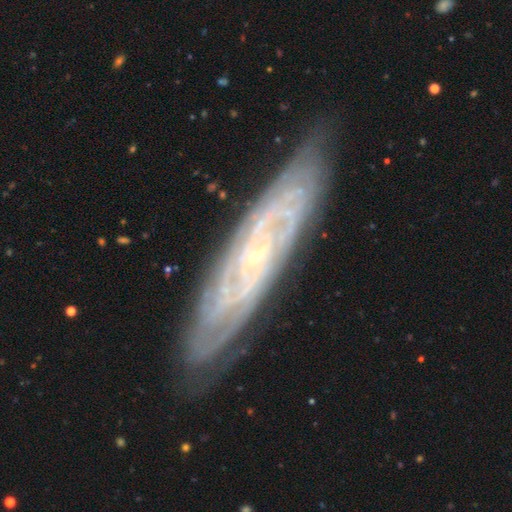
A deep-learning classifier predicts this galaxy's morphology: The model was most divided on "spiral arm count": can't tell: 39%, 2: 20%, 3: 13%, 4: 13%, more than 4: 9%, 1: 6%. More confident: spiral arms — yes (96%); smooth or featured — featured or disk (86%); bulge size — small (85%); merging — none (82%); spiral winding — tight (77%); edge-on disk — no (76%); bar — no (67%).